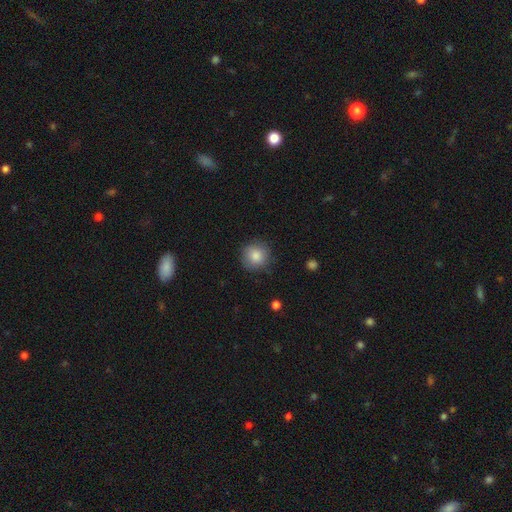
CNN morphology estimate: Smooth or featured? Predicted: smooth (p=0.85). How rounded? Predicted: round (p=0.93). Merging? Predicted: none (p=0.85).